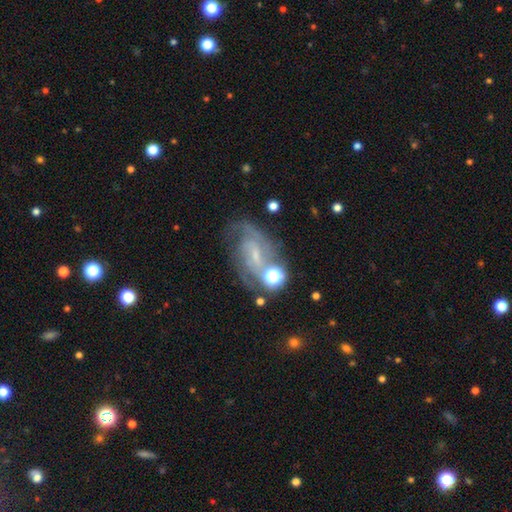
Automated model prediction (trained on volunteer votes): A featured or disk galaxy (76%) with a weak bar (48%), 2 (52%) medium (47%) spiral arms (92%) and a small central bulge (64%). Merging: none (57%).